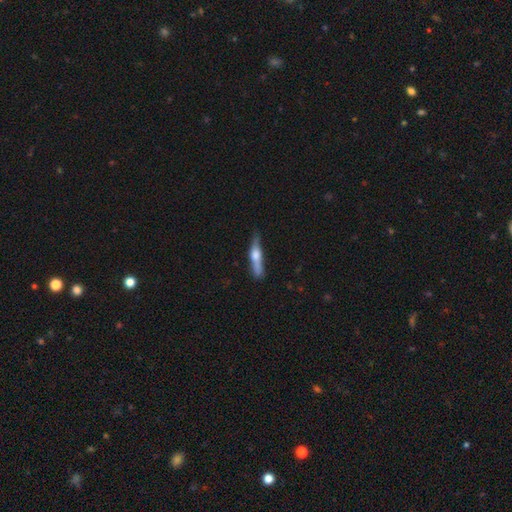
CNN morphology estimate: Q: Smooth or featured?
A: featured or disk (49%); runner-up: smooth (45%)
Q: Merging?
A: none (66%); runner-up: minor disturbance (22%)